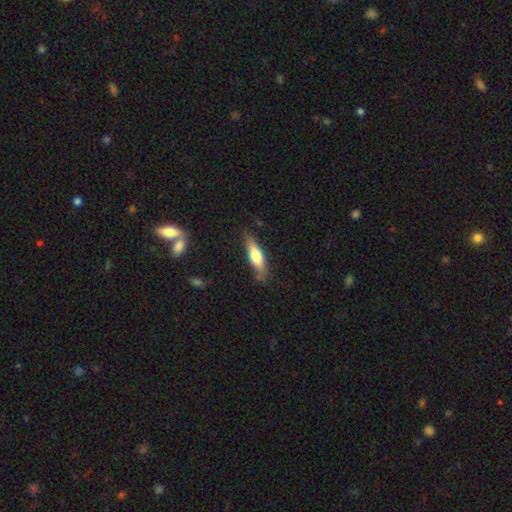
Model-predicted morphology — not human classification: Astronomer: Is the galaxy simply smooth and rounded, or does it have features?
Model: smooth — 66%.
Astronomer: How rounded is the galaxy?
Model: cigar-shaped — 58% (runner-up: in between, 40%).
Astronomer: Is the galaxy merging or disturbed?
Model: none — 78%.